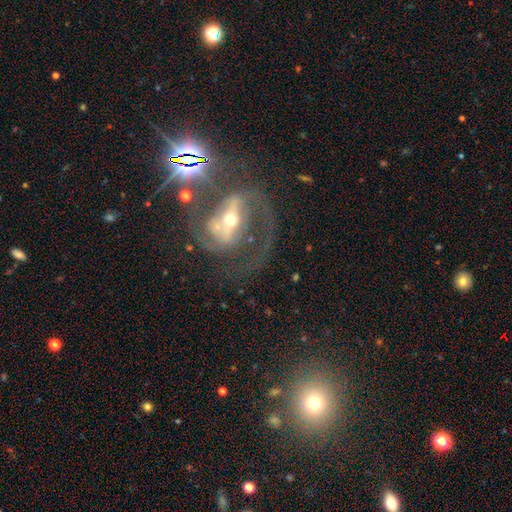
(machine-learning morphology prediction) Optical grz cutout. It shows a featured or disk galaxy (81%) with a weak bar (38%), 2 (67%) medium (48%) spiral arms (89%) and a small central bulge (48%). Merging: none (46%).